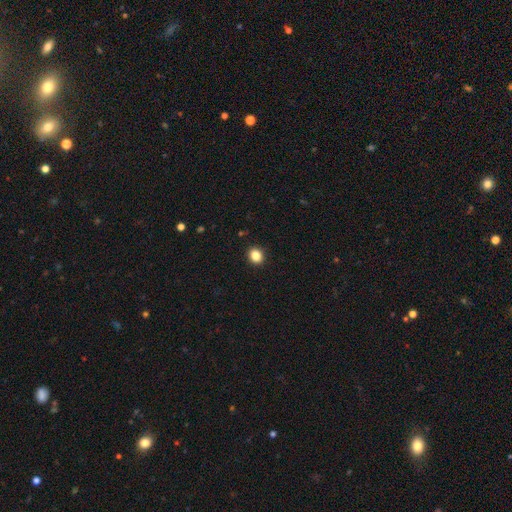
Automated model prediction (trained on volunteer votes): The model was most divided on "how rounded": round: 71%, in between: 29%, cigar-shaped: 1%. More confident: merging — none (92%); smooth or featured — smooth (85%).